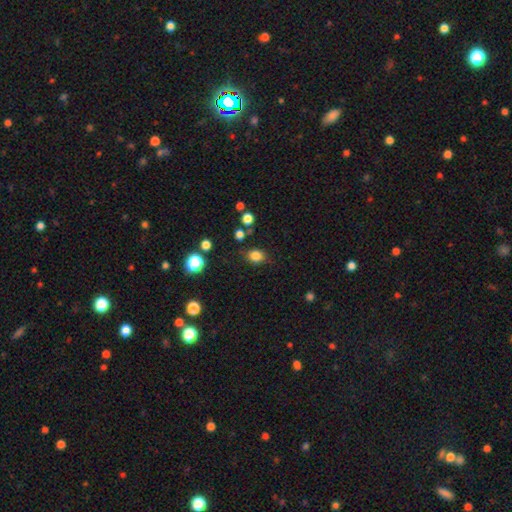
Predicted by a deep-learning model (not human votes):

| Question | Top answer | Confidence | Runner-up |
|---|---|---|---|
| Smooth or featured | smooth | 82% | star or artifact (13%) |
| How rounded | round | 61% | in between (38%) |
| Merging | none | 76% | minor disturbance (16%) |